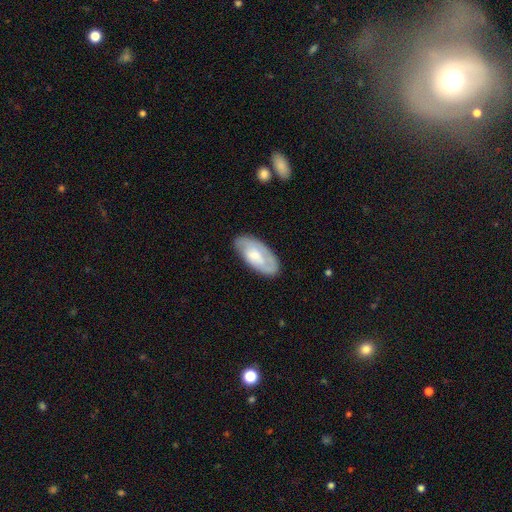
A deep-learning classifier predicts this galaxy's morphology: A featured or disk galaxy (50%). Merging: none (76%).